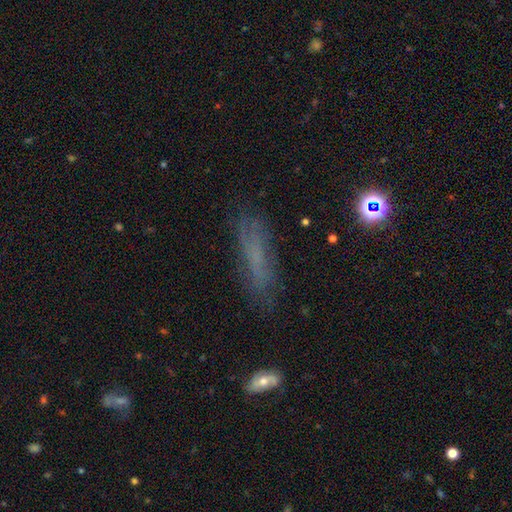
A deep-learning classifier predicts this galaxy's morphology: Q: Smooth or featured?
A: smooth (53%); runner-up: featured or disk (29%)
Q: How rounded?
A: cigar-shaped (71%); runner-up: in between (26%)
Q: Merging?
A: none (74%); runner-up: minor disturbance (17%)